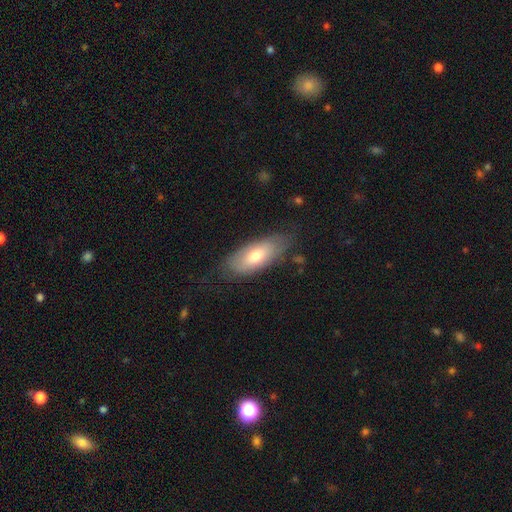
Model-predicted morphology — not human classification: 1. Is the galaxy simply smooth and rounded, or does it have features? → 68% smooth, 26% featured or disk, 6% star or artifact.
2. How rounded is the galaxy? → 84% in between, 13% cigar-shaped, 3% round.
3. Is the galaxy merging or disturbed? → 70% none, 22% minor disturbance, 7% major disturbance, 2% merger.